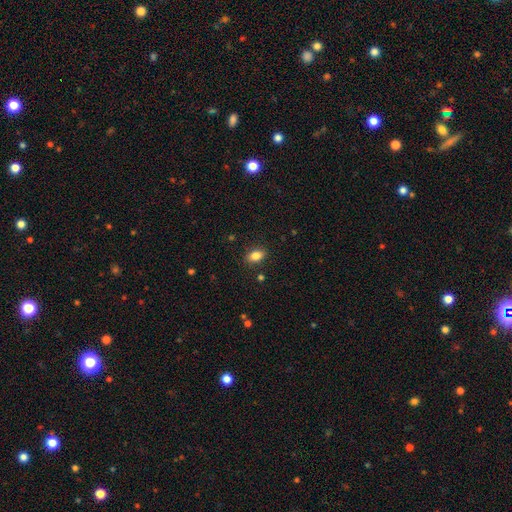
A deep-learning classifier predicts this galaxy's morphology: Q: Smooth or featured?
A: smooth (83%); runner-up: star or artifact (10%)
Q: How rounded?
A: in between (84%); runner-up: round (13%)
Q: Merging?
A: none (86%); runner-up: minor disturbance (10%)